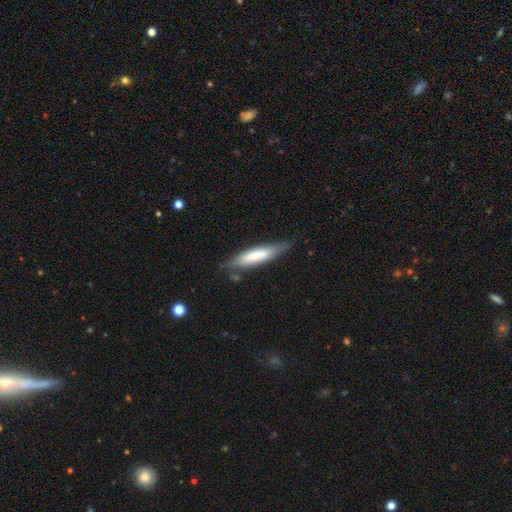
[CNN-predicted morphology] A smooth galaxy with no disk features (64%) that is cigar-shaped (77%). Merging: none (72%).